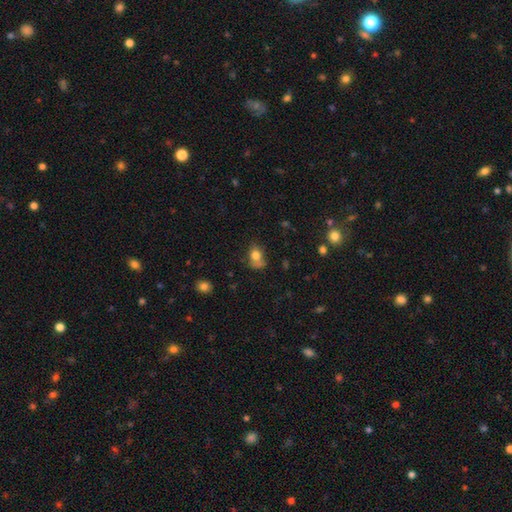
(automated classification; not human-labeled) Morphology: type=smooth (77%); roundness=in between (63%); merging=none (44%).